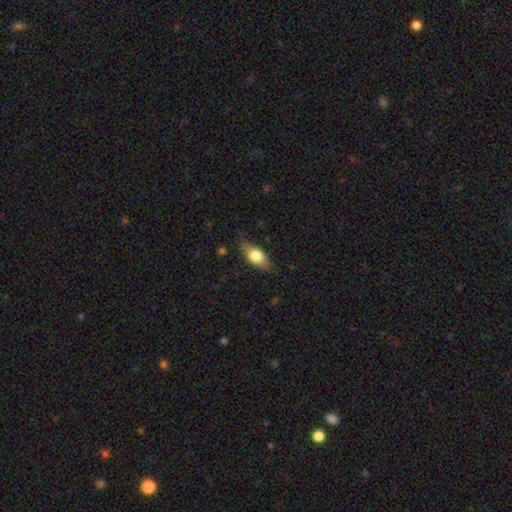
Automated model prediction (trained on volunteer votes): smooth 66%, featured or disk 27%, star or artifact 7%. Down the decision tree: how rounded — in between (81%); merging — none (79%).